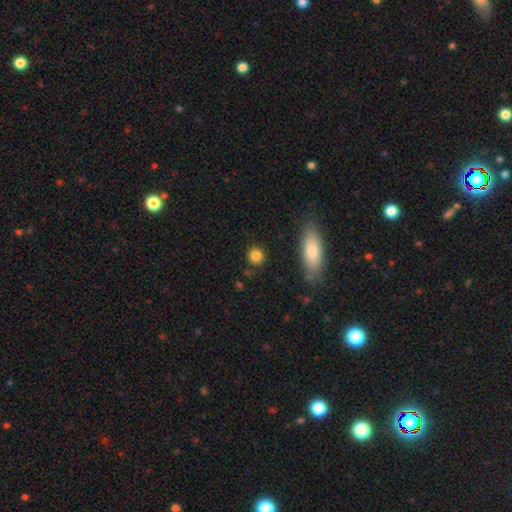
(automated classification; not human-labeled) Morphology: type=smooth (85%); roundness=round (86%); merging=none (85%).